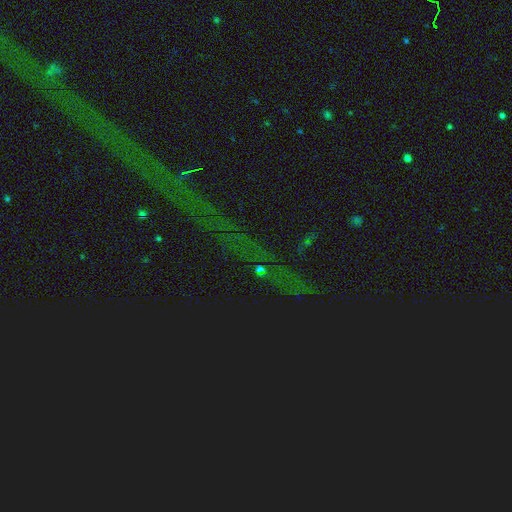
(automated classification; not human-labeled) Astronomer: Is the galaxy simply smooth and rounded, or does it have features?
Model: star or artifact — 85%.